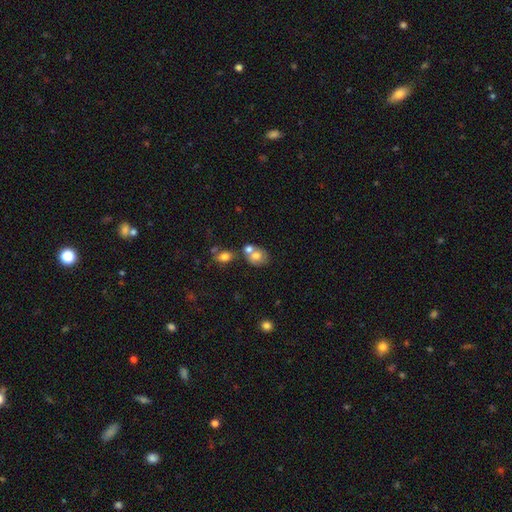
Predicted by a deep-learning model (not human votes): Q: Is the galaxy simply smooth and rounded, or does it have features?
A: smooth — 69%.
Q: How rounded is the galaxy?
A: round — 52%.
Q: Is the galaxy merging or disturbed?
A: merger — 49%.